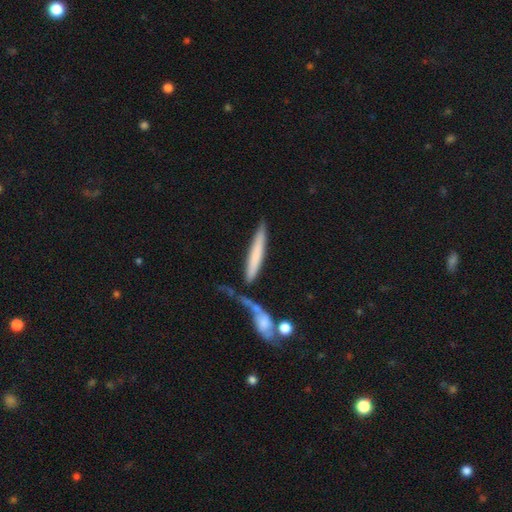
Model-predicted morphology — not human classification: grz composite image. It shows a smooth galaxy with no disk features (63%) that is cigar-shaped (93%). Merging: none (54%).